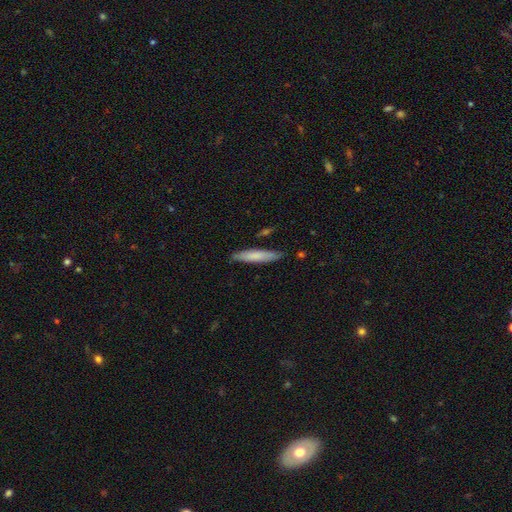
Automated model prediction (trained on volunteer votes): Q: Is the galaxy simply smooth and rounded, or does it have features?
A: smooth — 73%.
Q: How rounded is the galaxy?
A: cigar-shaped — 90%.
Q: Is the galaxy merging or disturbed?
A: none — 84%.